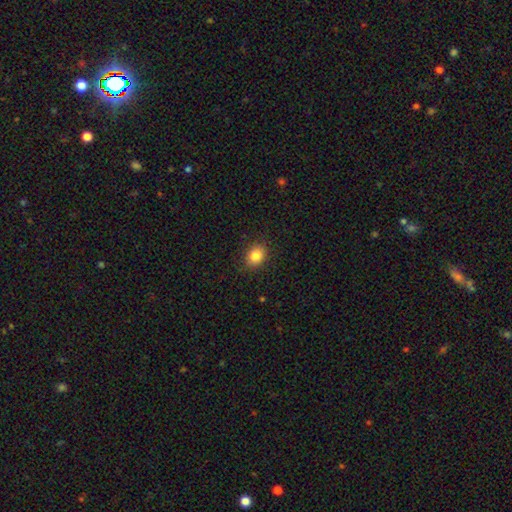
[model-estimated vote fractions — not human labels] Smooth or featured? Predicted: smooth (p=0.84). How rounded? Predicted: round (p=0.50). Merging? Predicted: none (p=0.88).